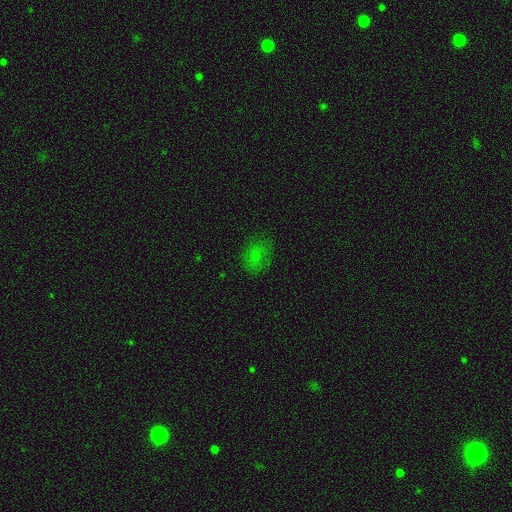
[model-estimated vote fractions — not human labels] smooth 66%, star or artifact 21%, featured or disk 13%. Down the decision tree: how rounded — in between (56%); merging — none (69%).